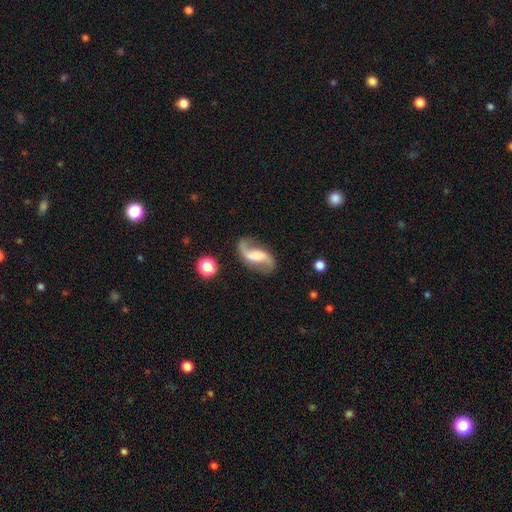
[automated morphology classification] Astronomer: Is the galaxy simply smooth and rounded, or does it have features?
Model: featured or disk — 87%.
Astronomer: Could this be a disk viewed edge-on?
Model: no — 97%.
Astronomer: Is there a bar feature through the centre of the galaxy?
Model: weak — 41% (runner-up: no, 36%).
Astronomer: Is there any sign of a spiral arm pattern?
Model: yes — 97%.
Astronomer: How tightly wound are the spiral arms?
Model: loose — 74%.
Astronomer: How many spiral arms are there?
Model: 2 — 94%.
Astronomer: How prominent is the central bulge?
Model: moderate — 28% (runner-up: none, 27%).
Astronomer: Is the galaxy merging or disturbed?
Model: none — 80%.